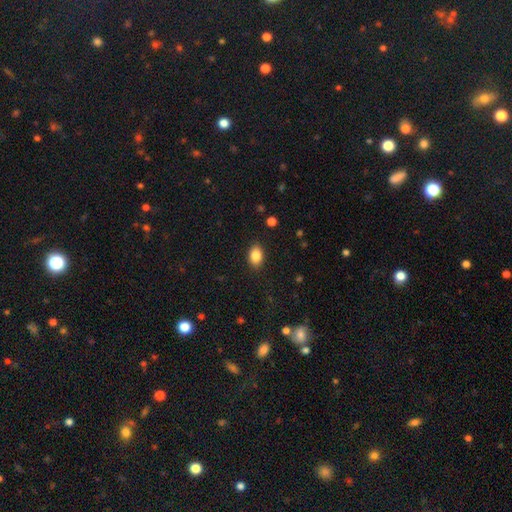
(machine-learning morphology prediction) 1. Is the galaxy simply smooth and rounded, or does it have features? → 86% smooth, 9% star or artifact, 6% featured or disk.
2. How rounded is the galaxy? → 80% in between, 19% round, 1% cigar-shaped.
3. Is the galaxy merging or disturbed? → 88% none, 9% minor disturbance, 2% major disturbance, 1% merger.